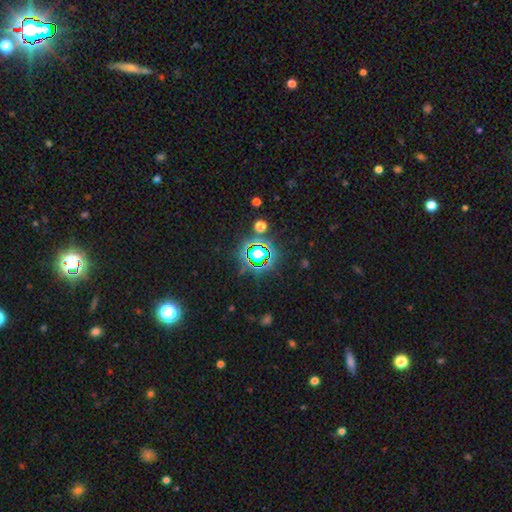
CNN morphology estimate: smooth_or_featured: star or artifact (p=0.69) [alt: smooth p=0.21]